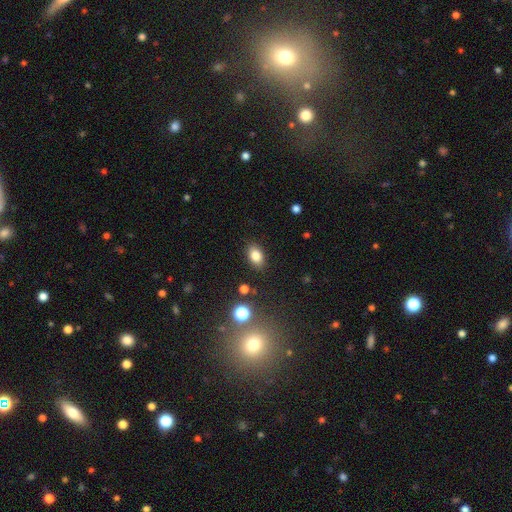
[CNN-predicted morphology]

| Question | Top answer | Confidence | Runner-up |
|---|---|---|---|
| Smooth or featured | smooth | 82% | star or artifact (11%) |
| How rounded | in between | 86% | round (12%) |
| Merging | none | 87% | minor disturbance (9%) |